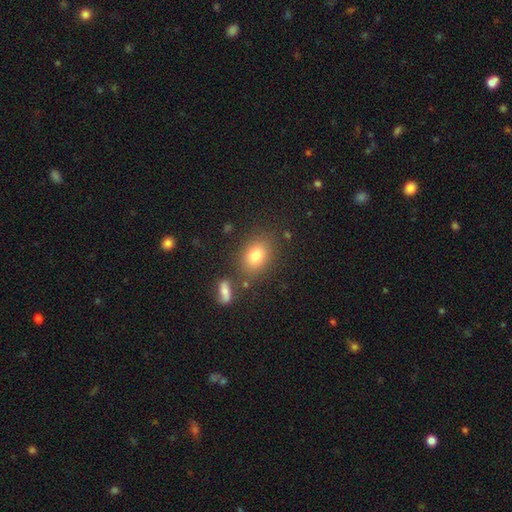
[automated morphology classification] Smooth or featured: smooth — 80% (star or artifact — 11%)
How rounded: in between — 61% (round — 38%)
Merging: none — 79% (minor disturbance — 11%)